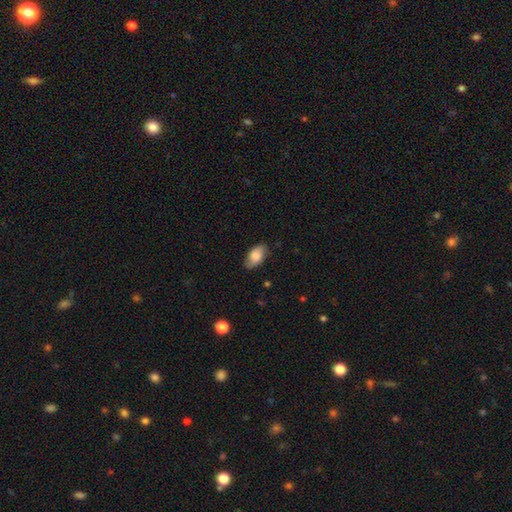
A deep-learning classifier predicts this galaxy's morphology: Smooth or featured?
  - smooth: 78% *
  - featured or disk: 15%
  - star or artifact: 7%
How rounded?
  - in between: 93% *
  - round: 4%
  - cigar-shaped: 3%
Merging?
  - none: 80% *
  - minor disturbance: 16%
  - major disturbance: 3%
  - merger: 1%